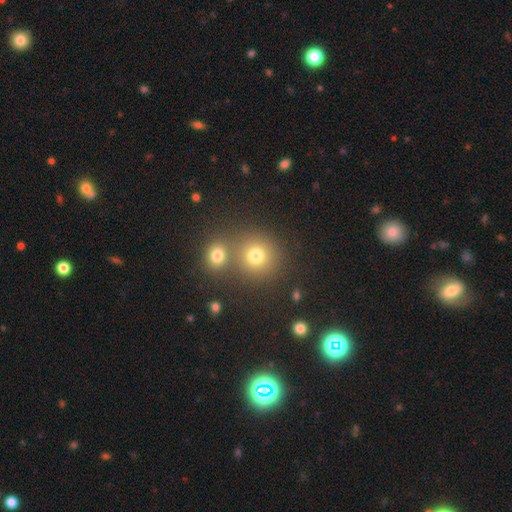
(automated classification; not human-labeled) Overall: smooth (76%). How rounded: round (89%). Merging: none (62%; merger 28%).